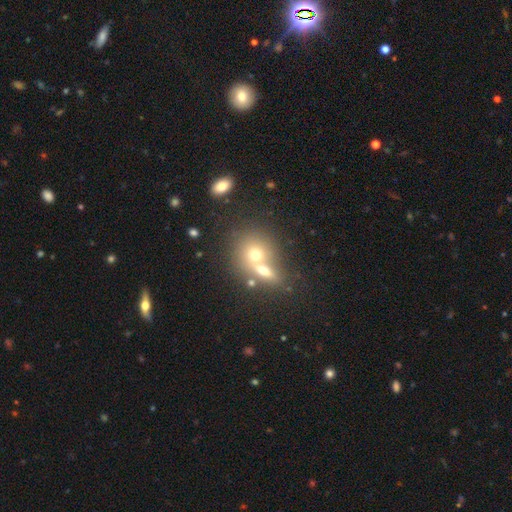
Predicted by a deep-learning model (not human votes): smooth-or-featured: smooth: 58% | featured or disk: 25% | star or artifact: 17%
  how-rounded: round: 69% | in between: 29% | cigar-shaped: 3%
  merging: merger: 58% | none: 31% | minor disturbance: 7% | major disturbance: 4%